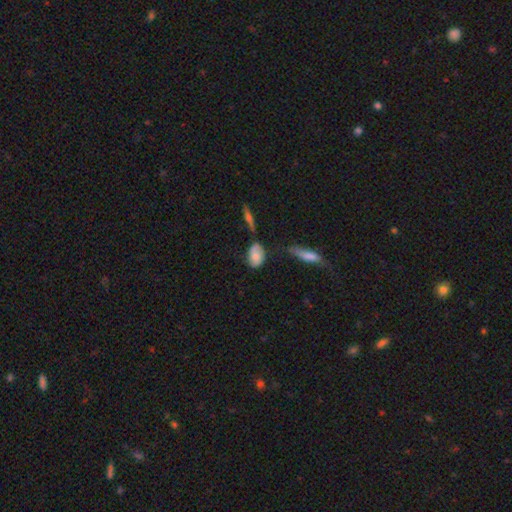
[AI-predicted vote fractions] smooth-or-featured: smooth: 66% | featured or disk: 27% | star or artifact: 8%
  how-rounded: in between: 85% | round: 11% | cigar-shaped: 4%
  merging: none: 49% | minor disturbance: 30% | merger: 11% | major disturbance: 10%